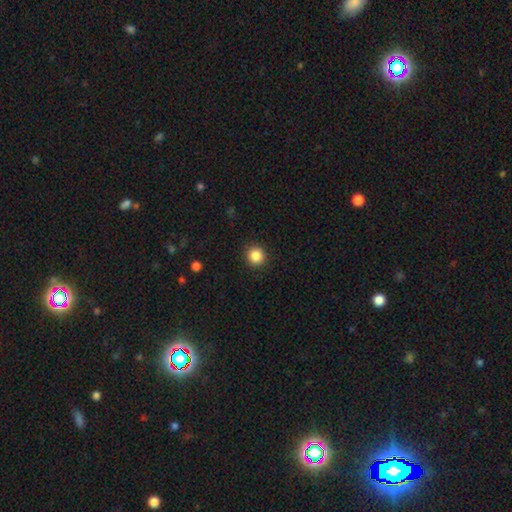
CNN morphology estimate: Overall: smooth (86%). How rounded: round (92%). Merging: none (92%).